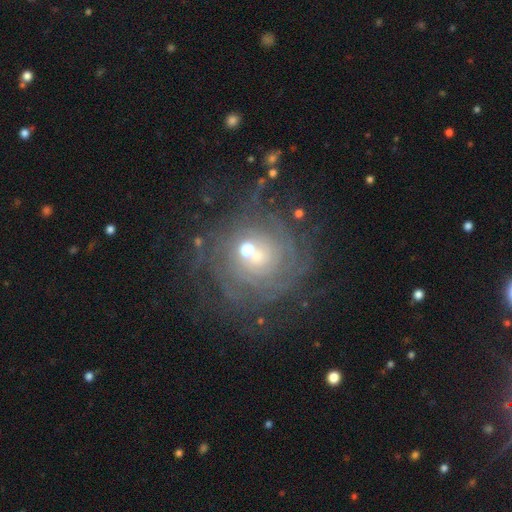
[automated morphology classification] Smooth or featured?
  - featured or disk: 73% *
  - smooth: 14%
  - star or artifact: 13%
Edge-on disk?
  - no: 97% *
  - yes: 3%
Bar?
  - no: 80% *
  - weak: 16%
  - strong: 5%
Spiral arms?
  - yes: 86% *
  - no: 14%
Spiral winding?
  - tight: 72% *
  - medium: 20%
  - loose: 8%
Spiral arm count?
  - can't tell: 42% *
  - more than 4: 15%
  - 4: 12%
  - 3: 12%
  - 2: 11%
  - 1: 7%
Bulge size?
  - small: 44% *
  - moderate: 42%
  - large: 8%
  - none: 3%
  - dominant: 2%
Merging?
  - none: 64% *
  - minor disturbance: 15%
  - major disturbance: 12%
  - merger: 8%